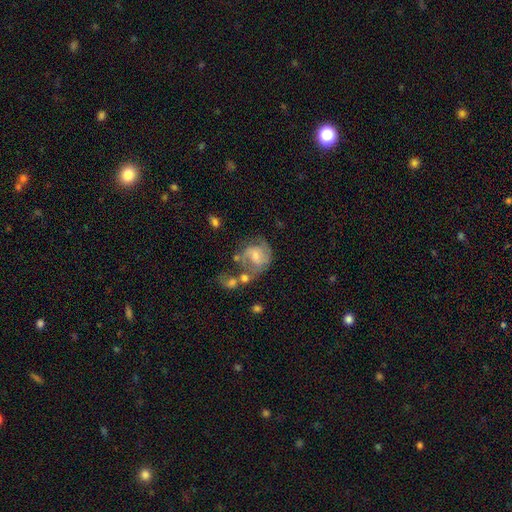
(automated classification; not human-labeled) The model was most divided on "bar": weak: 46%, no: 44%, strong: 10%. Remaining: edge-on disk — no (98%); spiral arms — yes (87%); smooth or featured — featured or disk (69%); spiral arm count — 2 (65%); spiral winding — medium (49%); bulge size — small (46%); merging — none (35%).